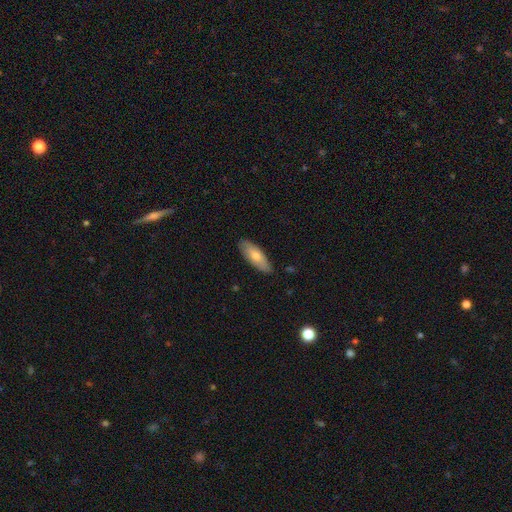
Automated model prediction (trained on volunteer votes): Smooth or featured? smooth (69%)
How rounded? in between (67%)
Merging? none (86%)